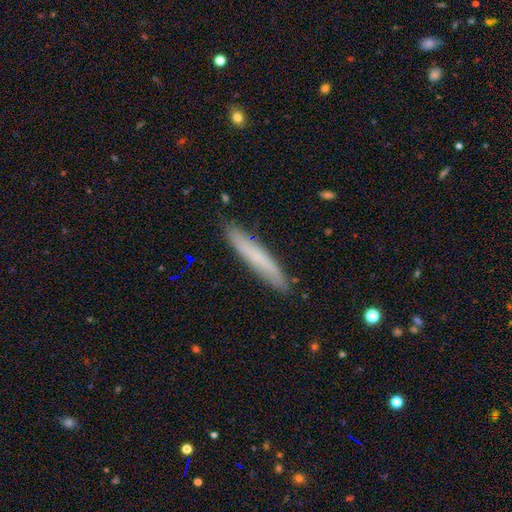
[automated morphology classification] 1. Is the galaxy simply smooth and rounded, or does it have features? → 66% smooth, 28% featured or disk, 7% star or artifact.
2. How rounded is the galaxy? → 93% cigar-shaped, 6% in between, 1% round.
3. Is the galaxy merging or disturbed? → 87% none, 10% minor disturbance, 2% major disturbance, 1% merger.